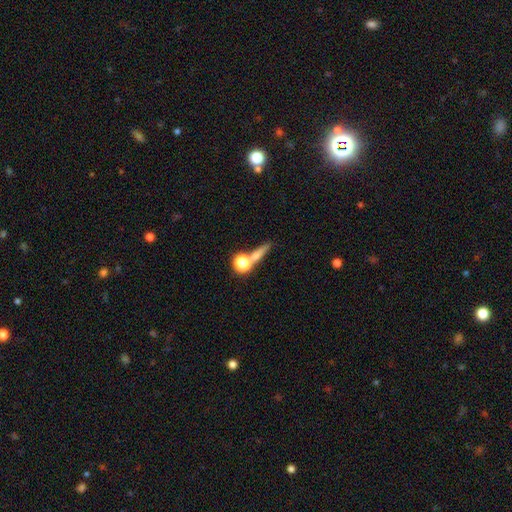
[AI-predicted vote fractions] smooth_or_featured: smooth (p=0.58) [alt: featured or disk p=0.24]
how_rounded: cigar-shaped (p=0.46) [alt: round p=0.34]
merging: none (p=0.55) [alt: merger p=0.26]